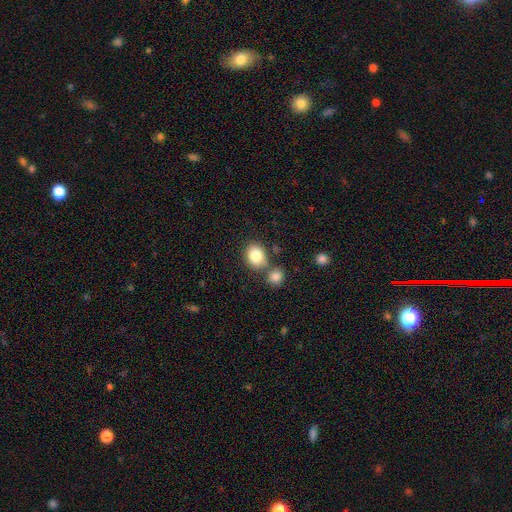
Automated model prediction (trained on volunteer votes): Q: Smooth or featured?
A: smooth (83%); runner-up: star or artifact (9%)
Q: How rounded?
A: round (51%); runner-up: in between (48%)
Q: Merging?
A: none (61%); runner-up: merger (24%)